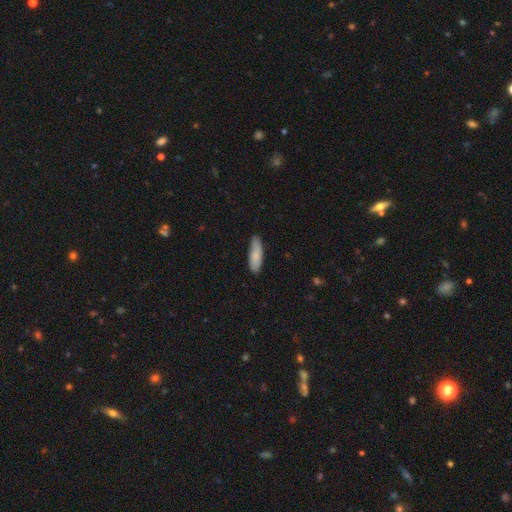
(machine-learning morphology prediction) A smooth galaxy with no disk features (83%) that is cigar-shaped (52%). Merging: none (85%).